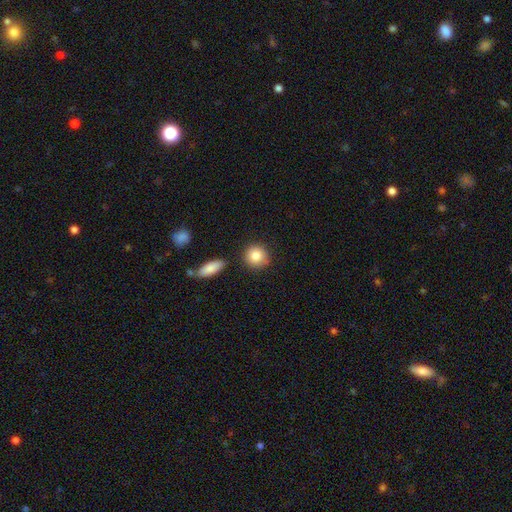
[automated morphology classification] Smooth or featured? Predicted: smooth (p=0.85). How rounded? Predicted: round (p=0.89). Merging? Predicted: none (p=0.82).